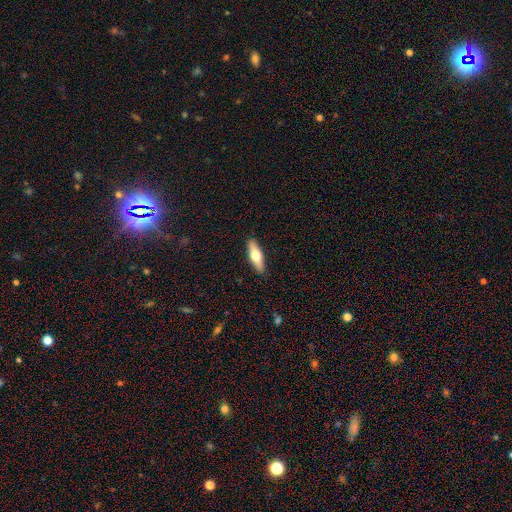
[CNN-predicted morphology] Smooth or featured? Predicted: smooth (p=0.57). How rounded? Predicted: cigar-shaped (p=0.50). Merging? Predicted: none (p=0.90).